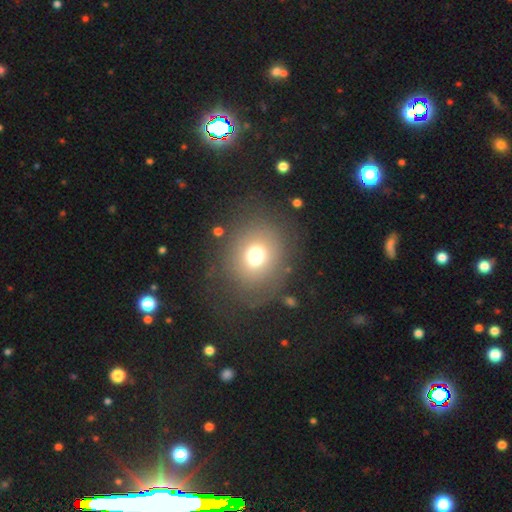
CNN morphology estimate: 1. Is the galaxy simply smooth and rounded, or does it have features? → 69% smooth, 16% star or artifact, 15% featured or disk.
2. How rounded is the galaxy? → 75% round, 24% in between, 1% cigar-shaped.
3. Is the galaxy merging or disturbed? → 76% none, 12% minor disturbance, 10% major disturbance, 3% merger.